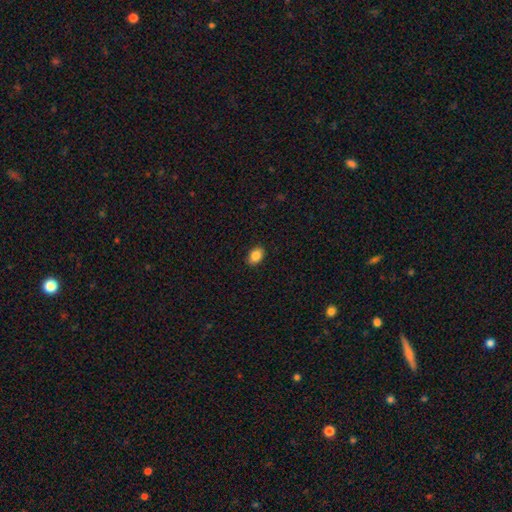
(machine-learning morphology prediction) The model was most divided on "how rounded": in between: 75%, round: 24%, cigar-shaped: 1%. More confident: merging — none (89%); smooth or featured — smooth (87%).